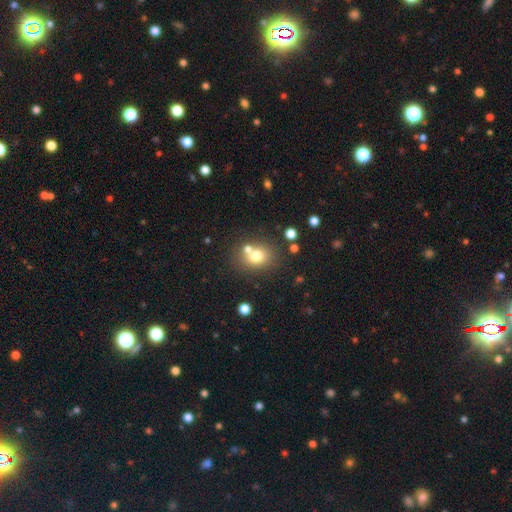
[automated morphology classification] smooth 72%, star or artifact 14%, featured or disk 13%. Down the decision tree: how rounded — round (66%); merging — none (62%).